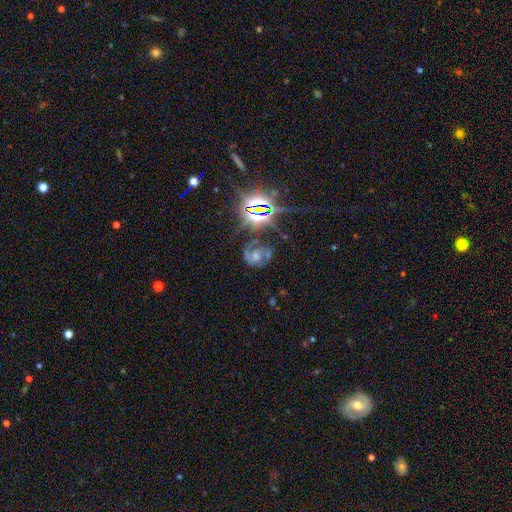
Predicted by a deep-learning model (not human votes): Smooth or featured? featured or disk (58%)
Edge-on disk? no (96%)
Bar? no (68%)
Spiral arms? yes (82%)
Bulge size? moderate (44%)
Merging? none (50%)